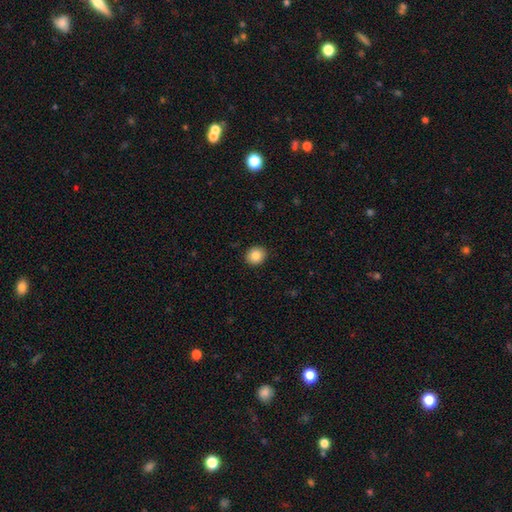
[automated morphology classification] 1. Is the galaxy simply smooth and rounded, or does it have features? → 85% smooth, 9% star or artifact, 6% featured or disk.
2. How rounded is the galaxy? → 76% round, 23% in between, 1% cigar-shaped.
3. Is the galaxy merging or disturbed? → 91% none, 7% minor disturbance, 2% major disturbance, 1% merger.